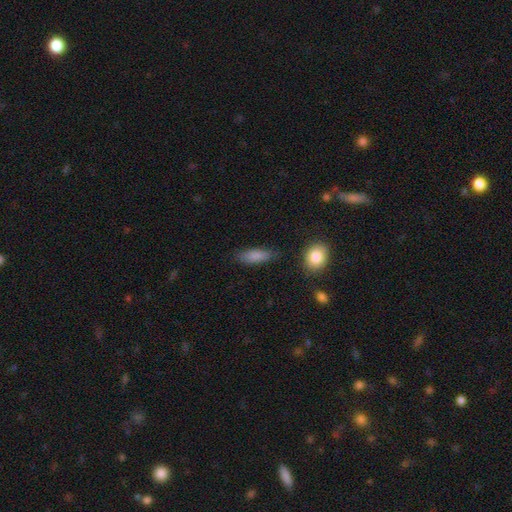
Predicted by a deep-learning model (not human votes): smooth 85%, featured or disk 8%, star or artifact 7%. Down the decision tree: how rounded — in between (63%); merging — none (79%).